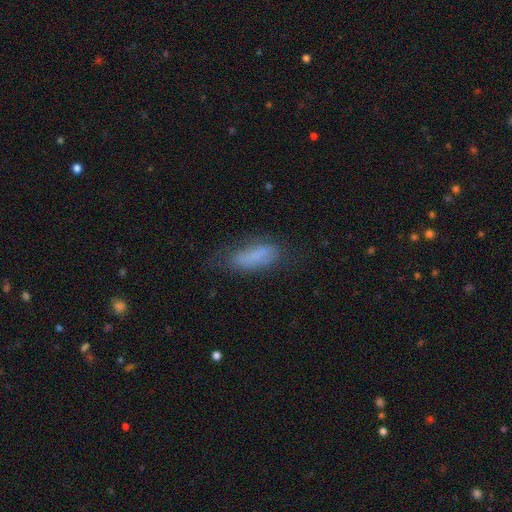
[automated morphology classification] type=smooth (70%); roundness=in between (64%); merging=none (58%).